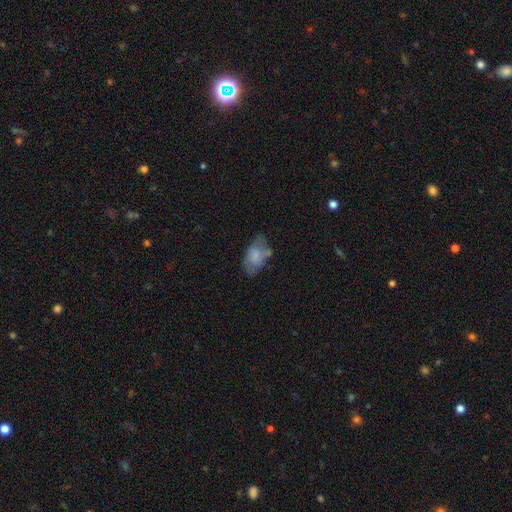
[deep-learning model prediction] Q: Smooth or featured?
A: smooth (67%); runner-up: featured or disk (25%)
Q: How rounded?
A: in between (92%); runner-up: round (7%)
Q: Merging?
A: none (49%); runner-up: minor disturbance (30%)